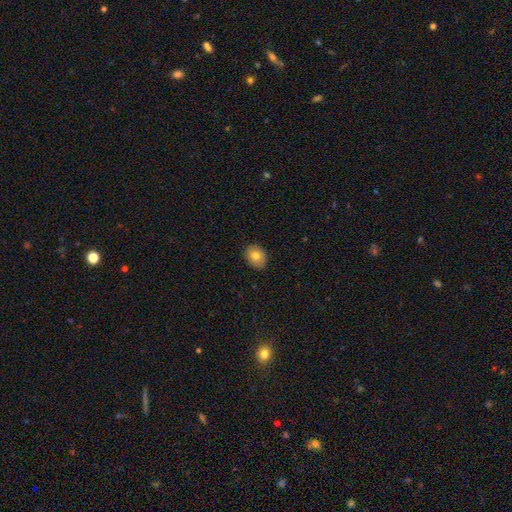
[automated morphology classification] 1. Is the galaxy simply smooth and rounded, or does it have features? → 79% smooth, 12% featured or disk, 9% star or artifact.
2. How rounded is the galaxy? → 58% in between, 41% round, 1% cigar-shaped.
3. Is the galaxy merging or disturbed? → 87% none, 10% minor disturbance, 2% major disturbance, 1% merger.